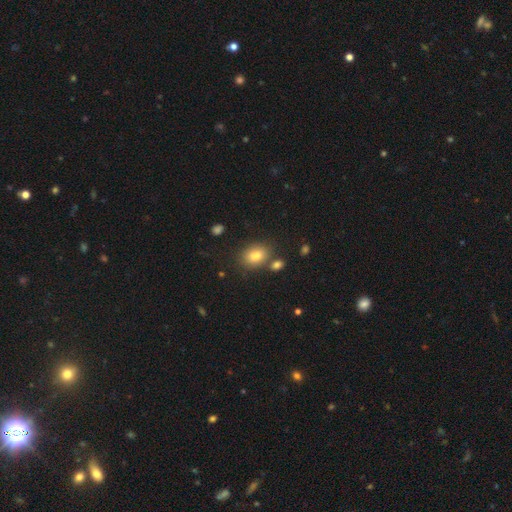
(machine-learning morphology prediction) This is clearly a smooth galaxy (81%). How rounded: likely in between (66%). Merging: likely none (73%).